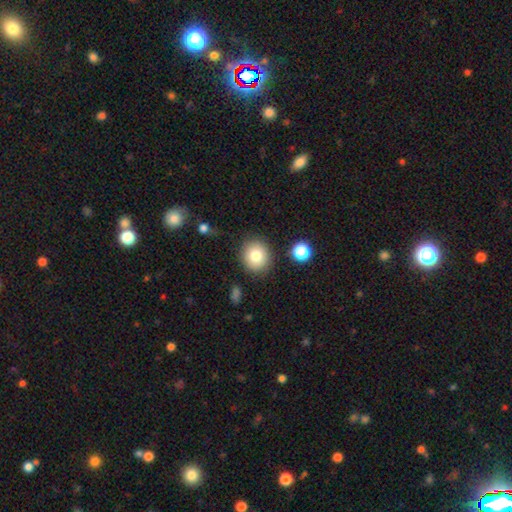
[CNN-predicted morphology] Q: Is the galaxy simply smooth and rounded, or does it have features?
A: smooth — 80%.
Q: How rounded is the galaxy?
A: round — 84%.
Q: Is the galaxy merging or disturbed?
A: none — 86%.